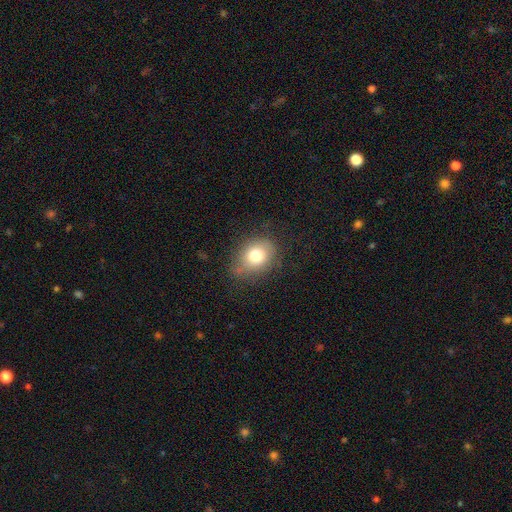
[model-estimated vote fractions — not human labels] A smooth galaxy with no disk features (77%) that is in between round and cigar-shaped (53%).

Vote fractions:
- Smooth or featured? smooth: 77% / featured or disk: 13% / star or artifact: 10%
- How rounded? in between: 53% / round: 46% / cigar-shaped: 1%
- Merging? none: 71% / minor disturbance: 21% / major disturbance: 6% / merger: 2%